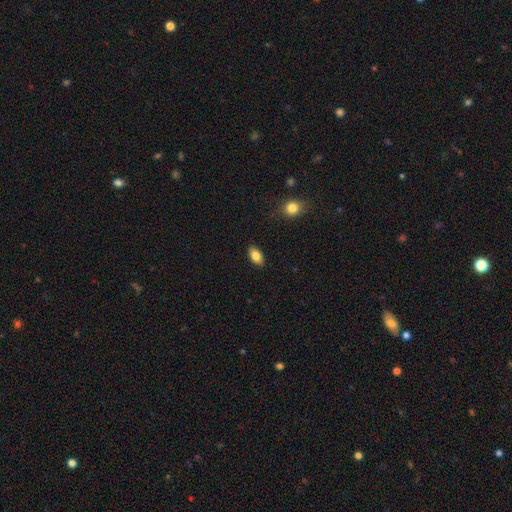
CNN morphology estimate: smooth 83%, featured or disk 9%, star or artifact 8%. Down the decision tree: how rounded — in between (92%); merging — none (88%).